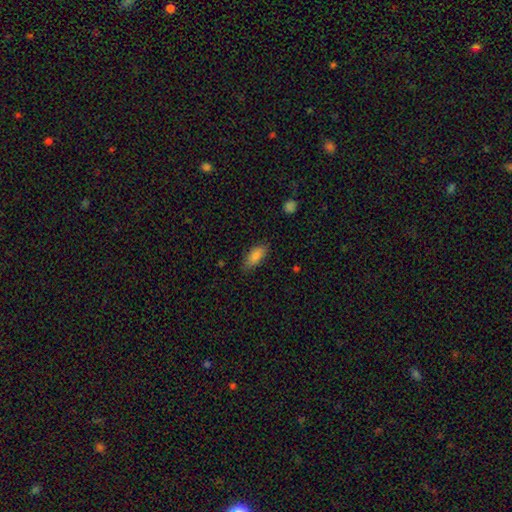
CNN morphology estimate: type=smooth (84%); roundness=in between (85%); merging=none (79%).